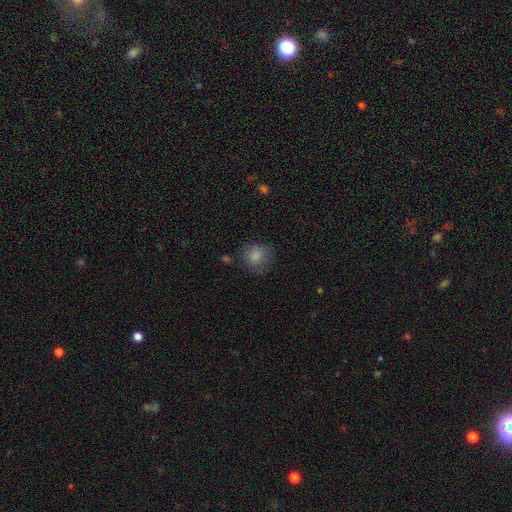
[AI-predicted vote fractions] Q: Smooth or featured?
A: smooth (84%); runner-up: star or artifact (10%)
Q: How rounded?
A: round (81%); runner-up: in between (18%)
Q: Merging?
A: none (70%); runner-up: minor disturbance (19%)